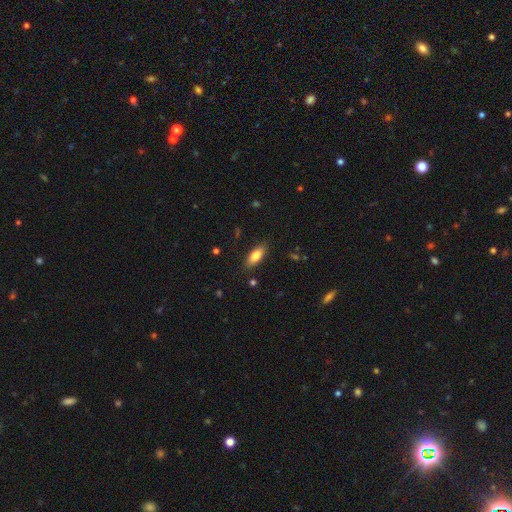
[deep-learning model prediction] Morphology: type=smooth (80%); roundness=in between (81%); merging=none (85%).